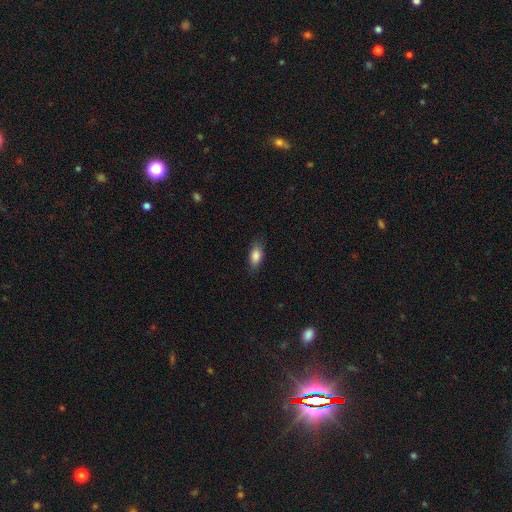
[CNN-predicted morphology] type=smooth (85%); roundness=in between (86%); merging=none (82%).